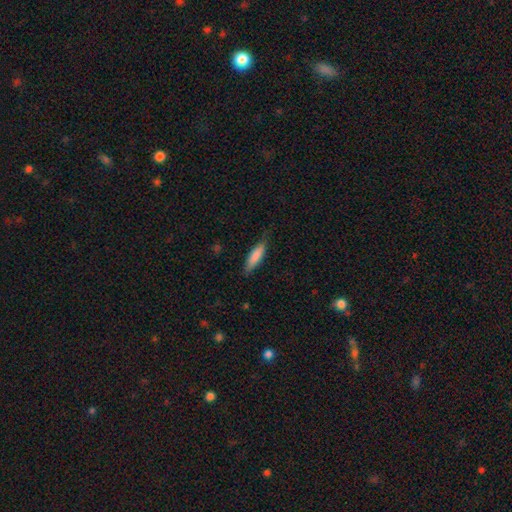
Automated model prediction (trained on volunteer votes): A smooth galaxy with no disk features (82%) that is cigar-shaped (65%).

Vote fractions:
- Smooth or featured? smooth: 82% / featured or disk: 13% / star or artifact: 6%
- How rounded? cigar-shaped: 65% / in between: 33% / round: 1%
- Merging? none: 77% / minor disturbance: 18% / major disturbance: 3% / merger: 1%